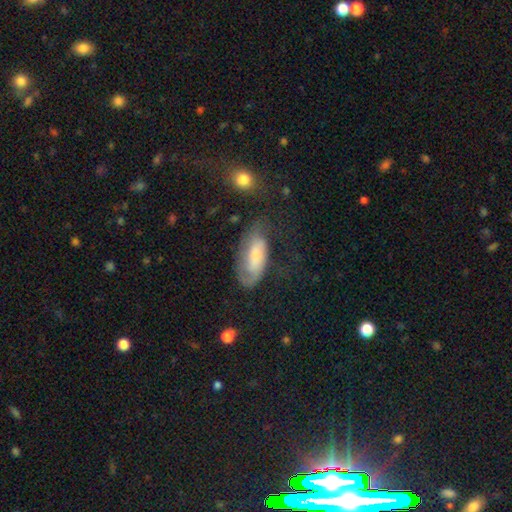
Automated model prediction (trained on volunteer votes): This appears to be a featured or disk galaxy (47%). Merging: none (44%).